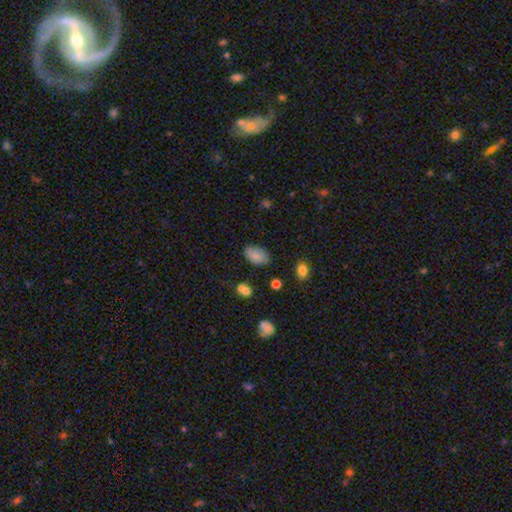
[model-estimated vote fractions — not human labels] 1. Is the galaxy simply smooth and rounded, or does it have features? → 83% smooth, 9% star or artifact, 8% featured or disk.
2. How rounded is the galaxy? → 93% in between, 6% round, 1% cigar-shaped.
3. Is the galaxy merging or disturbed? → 77% none, 16% minor disturbance, 4% major disturbance, 3% merger.